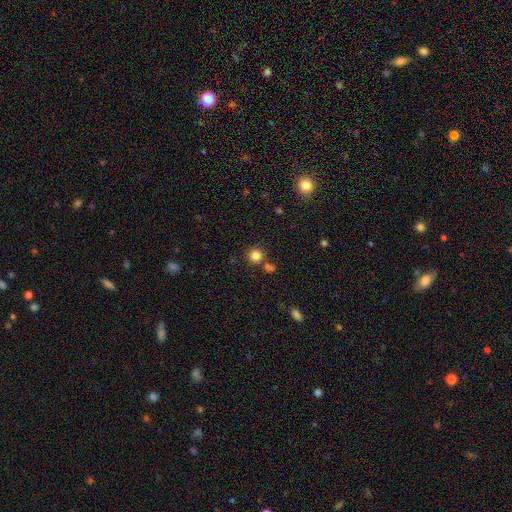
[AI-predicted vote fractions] The model was most divided on "merging": none: 78%, merger: 12%, minor disturbance: 7%, major disturbance: 3%. More confident: how rounded — round (93%); smooth or featured — smooth (82%).